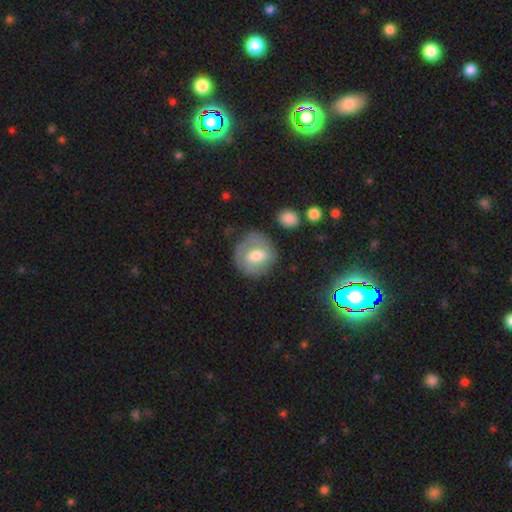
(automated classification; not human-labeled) Q: Smooth or featured?
A: smooth (49%); runner-up: featured or disk (43%)
Q: Merging?
A: none (72%); runner-up: minor disturbance (18%)